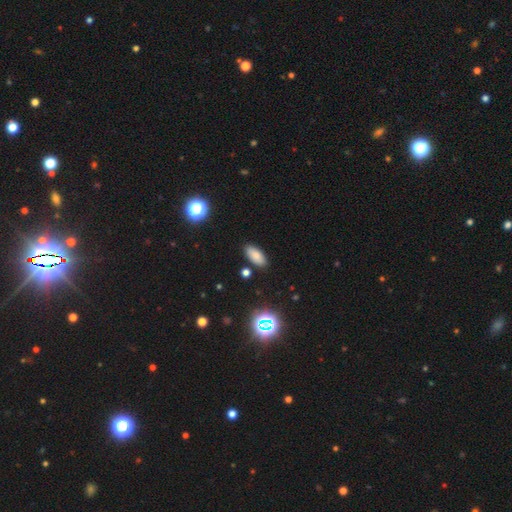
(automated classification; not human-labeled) The model was most divided on "smooth or featured": smooth: 79%, star or artifact: 13%, featured or disk: 8%. More confident: how rounded — in between (87%); merging — none (87%).